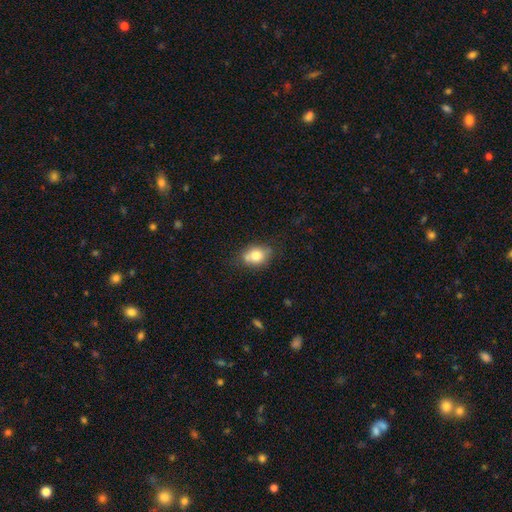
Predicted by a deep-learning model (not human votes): The model was most divided on "how rounded": in between: 58%, round: 41%, cigar-shaped: 1%. More confident: smooth or featured — smooth (77%); merging — none (63%).